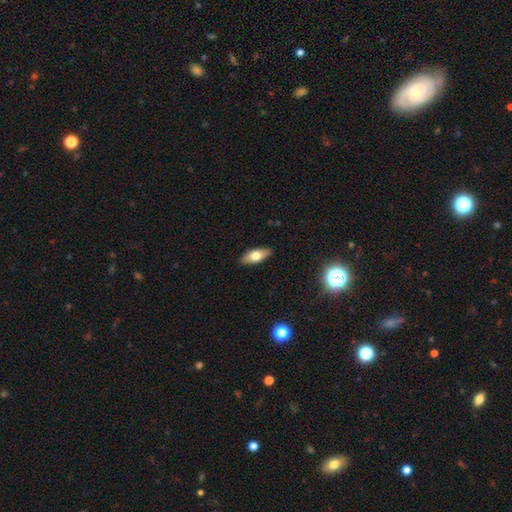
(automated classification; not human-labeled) Smooth or featured: smooth — 69% (featured or disk — 24%)
How rounded: in between — 78% (cigar-shaped — 19%)
Merging: none — 89% (minor disturbance — 8%)